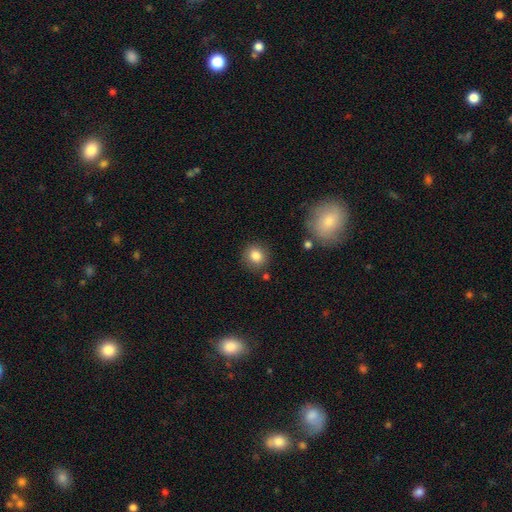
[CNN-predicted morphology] Q: Smooth or featured?
A: smooth (84%); runner-up: star or artifact (10%)
Q: How rounded?
A: round (81%); runner-up: in between (18%)
Q: Merging?
A: none (85%); runner-up: minor disturbance (9%)